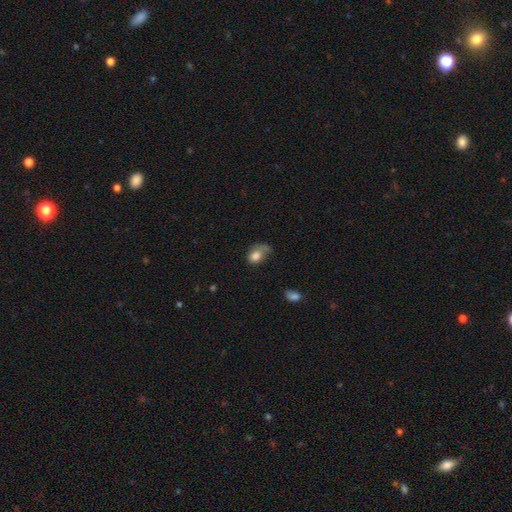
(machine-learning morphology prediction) A smooth galaxy with no disk features (76%) that is in between round and cigar-shaped (61%). Merging: major disturbance (35%).